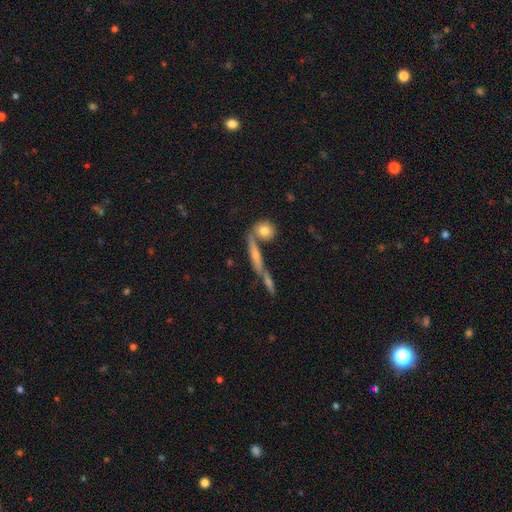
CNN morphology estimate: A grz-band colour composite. It shows a smooth galaxy with no disk features (51%) that is cigar-shaped (71%). Merging: none (55%).